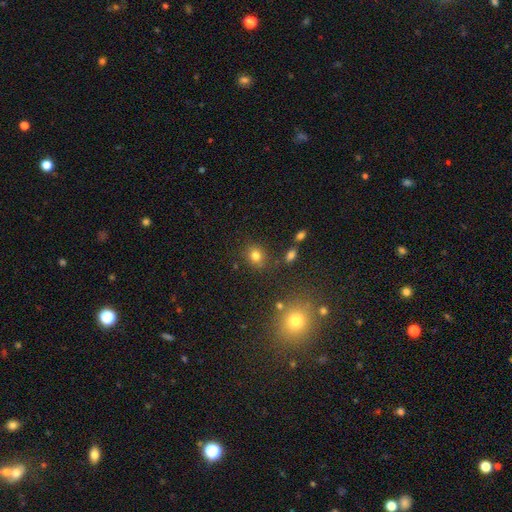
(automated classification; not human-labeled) Smooth or featured?
  - smooth: 78% *
  - star or artifact: 15%
  - featured or disk: 7%
How rounded?
  - round: 74% *
  - in between: 25%
  - cigar-shaped: 1%
Merging?
  - none: 80% *
  - minor disturbance: 11%
  - merger: 5%
  - major disturbance: 4%